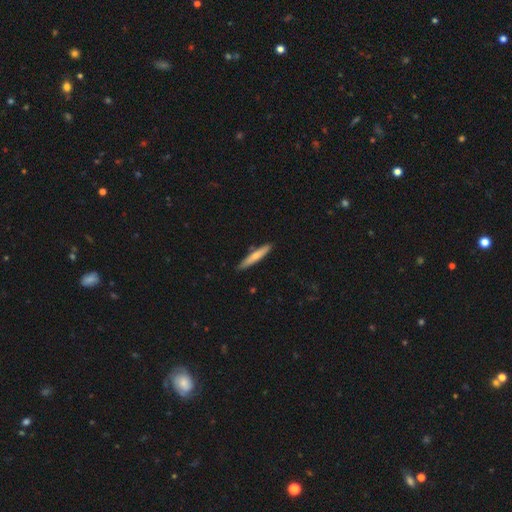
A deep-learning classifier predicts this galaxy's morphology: smooth-or-featured: smooth: 65% | featured or disk: 29% | star or artifact: 5%
  how-rounded: cigar-shaped: 91% | in between: 7% | round: 1%
  merging: none: 85% | minor disturbance: 10% | merger: 3% | major disturbance: 2%